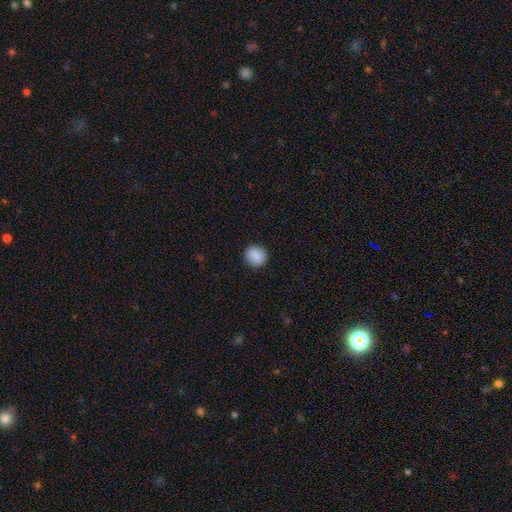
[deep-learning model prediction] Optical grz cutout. It shows a smooth galaxy with no disk features (89%) that is round (85%). Merging: none (90%).